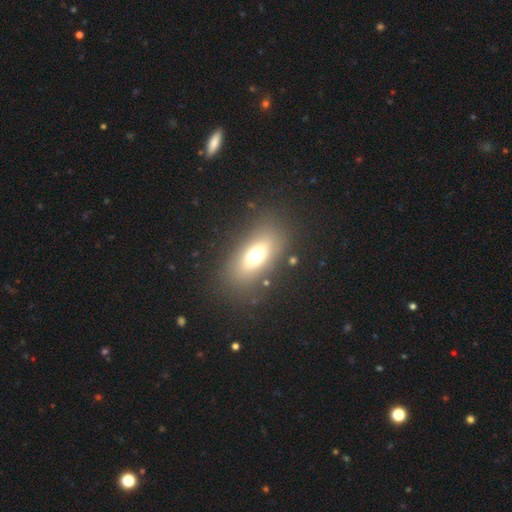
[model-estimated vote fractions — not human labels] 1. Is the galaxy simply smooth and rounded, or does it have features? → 63% smooth, 24% featured or disk, 13% star or artifact.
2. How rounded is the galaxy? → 76% in between, 13% cigar-shaped, 10% round.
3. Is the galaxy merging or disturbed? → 82% none, 10% minor disturbance, 6% major disturbance, 2% merger.